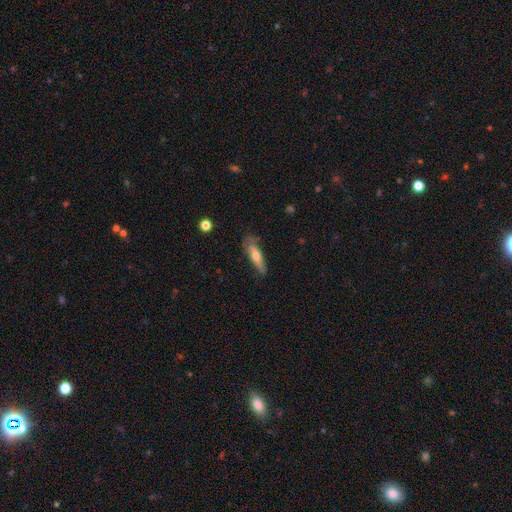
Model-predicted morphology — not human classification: type=smooth (54%); roundness=cigar-shaped (65%); merging=none (64%).